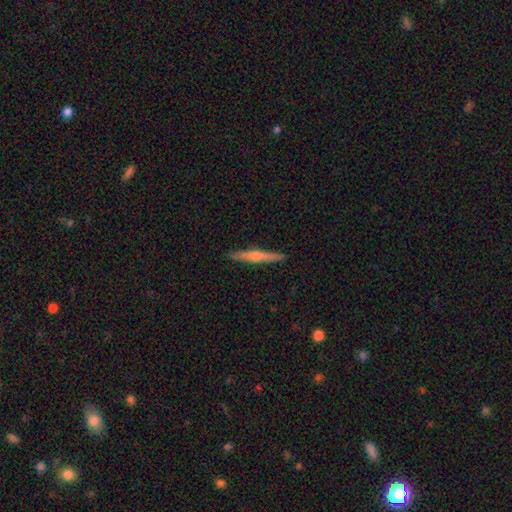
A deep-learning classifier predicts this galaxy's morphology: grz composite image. It shows a featured or disk galaxy (69%) viewed edge-on (98%) with a rounded central bulge (85%). Merging: none (92%).